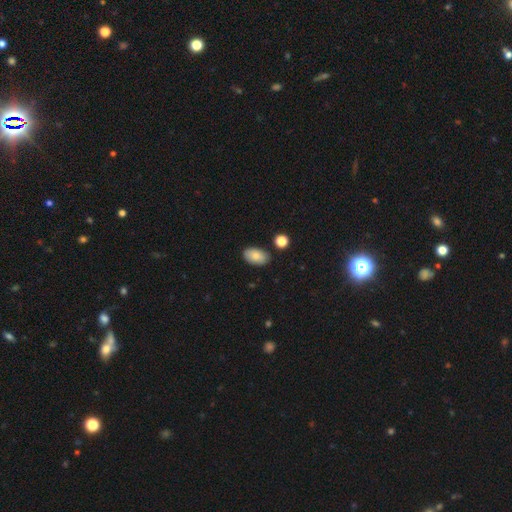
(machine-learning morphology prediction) Smooth or featured?
  - smooth: 82% *
  - featured or disk: 10%
  - star or artifact: 7%
How rounded?
  - in between: 93% *
  - round: 5%
  - cigar-shaped: 1%
Merging?
  - none: 83% *
  - minor disturbance: 12%
  - merger: 3%
  - major disturbance: 2%